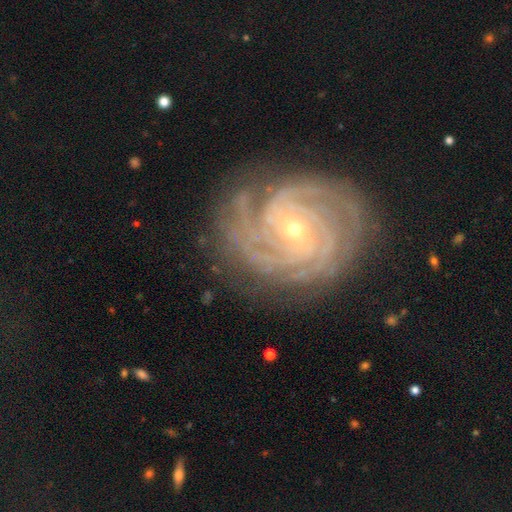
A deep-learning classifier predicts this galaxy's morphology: Smooth or featured: featured or disk — 92% (star or artifact — 5%)
Edge-on disk: no — 98% (yes — 2%)
Bar: no — 58% (weak — 29%)
Spiral arms: yes — 99% (no — 1%)
Spiral winding: tight — 81% (medium — 17%)
Spiral arm count: 4 — 30% (more than 4 — 20%)
Bulge size: small — 74% (moderate — 23%)
Merging: none — 81% (minor disturbance — 14%)